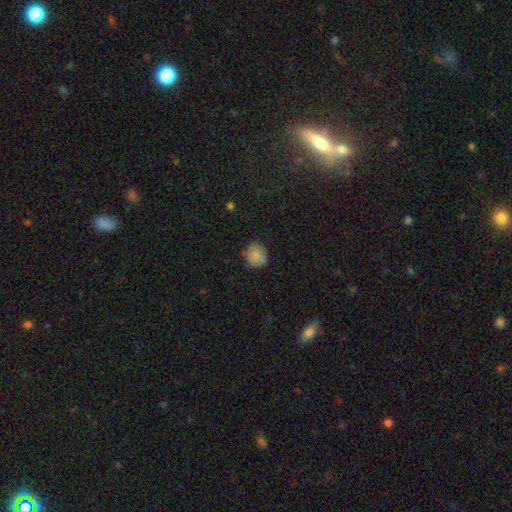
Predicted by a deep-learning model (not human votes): Q: Smooth or featured?
A: smooth (82%); runner-up: featured or disk (9%)
Q: How rounded?
A: round (78%); runner-up: in between (21%)
Q: Merging?
A: none (74%); runner-up: minor disturbance (20%)